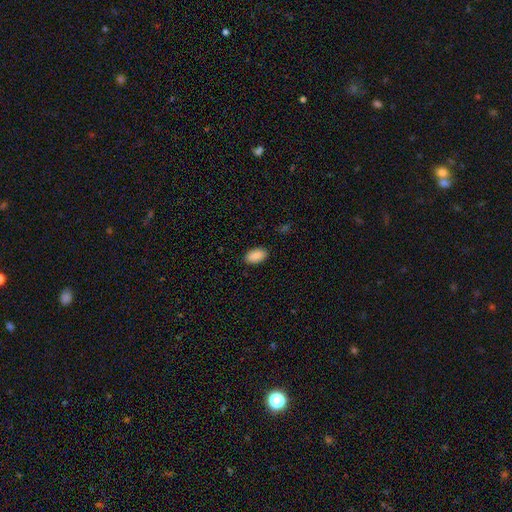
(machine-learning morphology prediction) smooth-or-featured: smooth: 89% | star or artifact: 7% | featured or disk: 4%
  how-rounded: in between: 95% | round: 3% | cigar-shaped: 2%
  merging: none: 89% | minor disturbance: 8% | major disturbance: 2% | merger: 1%